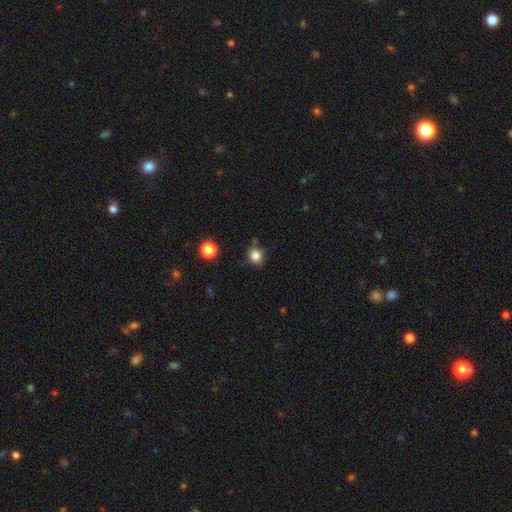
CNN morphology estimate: The model was most divided on "merging": none: 80%, minor disturbance: 13%, merger: 4%, major disturbance: 3%. More confident: how rounded — round (85%); smooth or featured — smooth (83%).